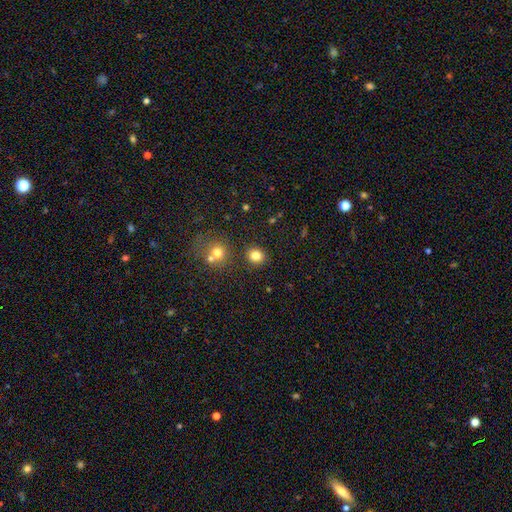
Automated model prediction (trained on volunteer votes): A smooth galaxy with no disk features (81%) that is round (83%).

Vote fractions:
- Smooth or featured? smooth: 81% / star or artifact: 13% / featured or disk: 6%
- How rounded? round: 83% / in between: 16% / cigar-shaped: 1%
- Merging? none: 85% / minor disturbance: 7% / merger: 5% / major disturbance: 3%